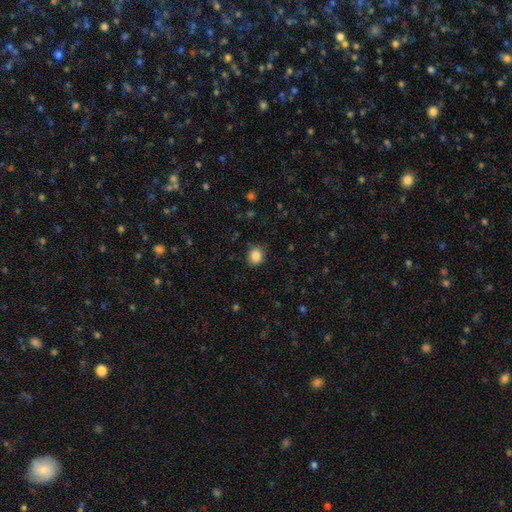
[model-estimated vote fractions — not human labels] Overall: smooth (87%). How rounded: round (72%). Merging: none (84%).